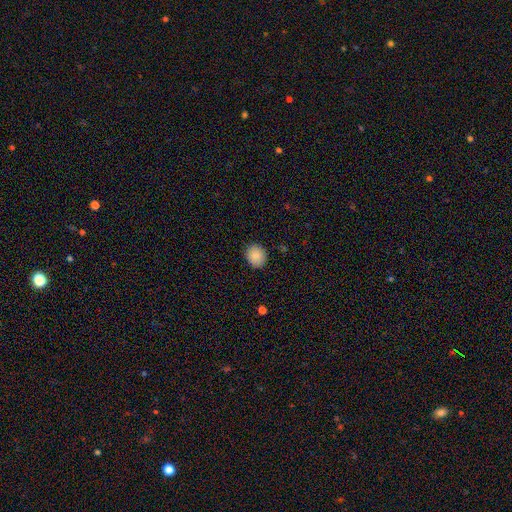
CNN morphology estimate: A smooth galaxy with no disk features (87%) that is round (69%).

Vote fractions:
- Smooth or featured? smooth: 87% / star or artifact: 8% / featured or disk: 5%
- How rounded? round: 69% / in between: 30% / cigar-shaped: 1%
- Merging? none: 88% / minor disturbance: 9% / major disturbance: 2% / merger: 1%